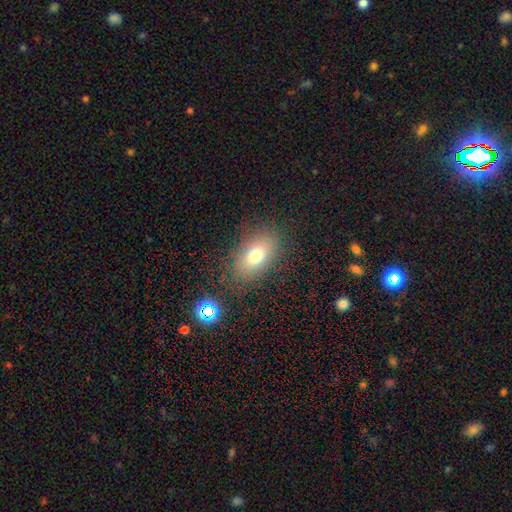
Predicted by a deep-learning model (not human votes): smooth-or-featured: smooth: 72% | featured or disk: 15% | star or artifact: 13%
  how-rounded: in between: 85% | round: 12% | cigar-shaped: 3%
  merging: none: 83% | minor disturbance: 11% | major disturbance: 4% | merger: 2%